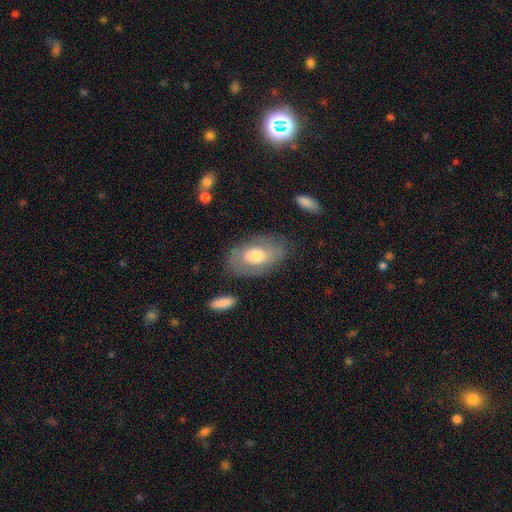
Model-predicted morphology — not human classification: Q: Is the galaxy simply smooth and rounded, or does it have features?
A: smooth — 50%.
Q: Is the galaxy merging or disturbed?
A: none — 73%.